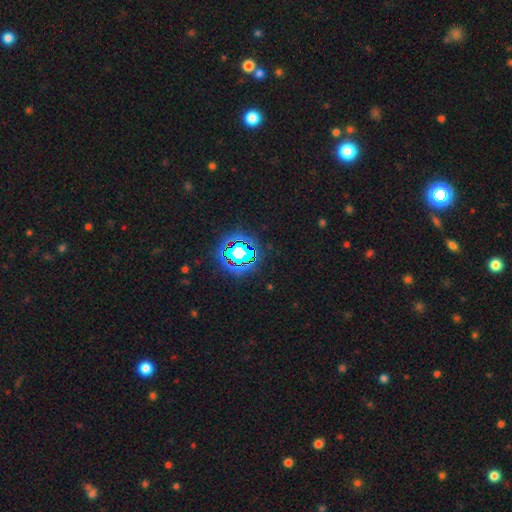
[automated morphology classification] smooth-or-featured: star or artifact: 81% | smooth: 12% | featured or disk: 7%